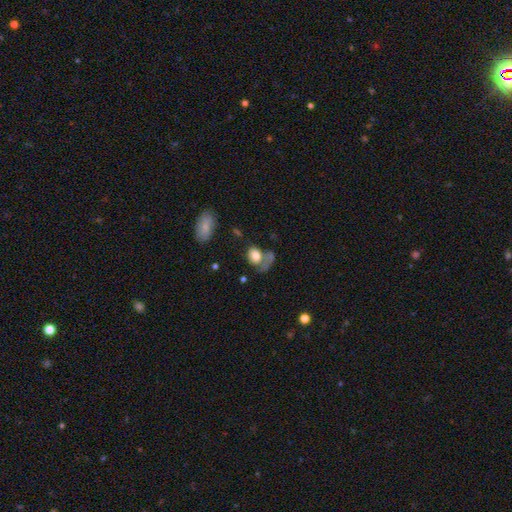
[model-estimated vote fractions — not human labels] Smooth or featured?
  - smooth: 73% *
  - featured or disk: 18%
  - star or artifact: 9%
How rounded?
  - in between: 64% *
  - round: 34%
  - cigar-shaped: 2%
Merging?
  - none: 31% *
  - major disturbance: 28%
  - merger: 23%
  - minor disturbance: 18%